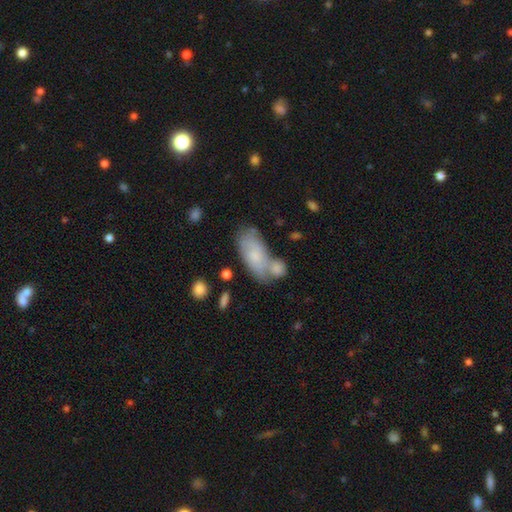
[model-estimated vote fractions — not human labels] Smooth or featured?
  - smooth: 65% *
  - featured or disk: 28%
  - star or artifact: 7%
How rounded?
  - in between: 89% *
  - cigar-shaped: 7%
  - round: 4%
Merging?
  - none: 41% *
  - merger: 33%
  - minor disturbance: 19%
  - major disturbance: 8%